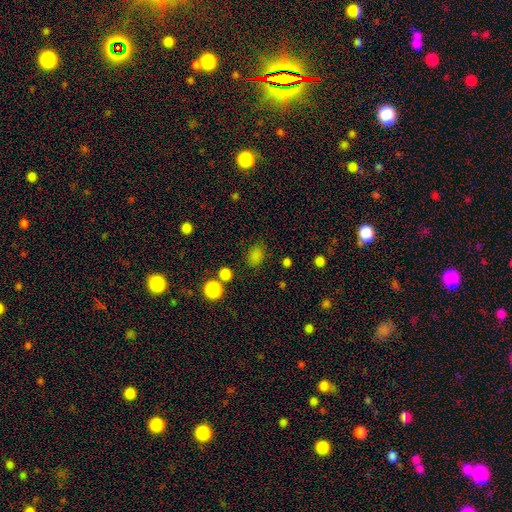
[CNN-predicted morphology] Q: Smooth or featured?
A: smooth (79%); runner-up: star or artifact (17%)
Q: How rounded?
A: in between (52%); runner-up: round (47%)
Q: Merging?
A: none (79%); runner-up: minor disturbance (12%)